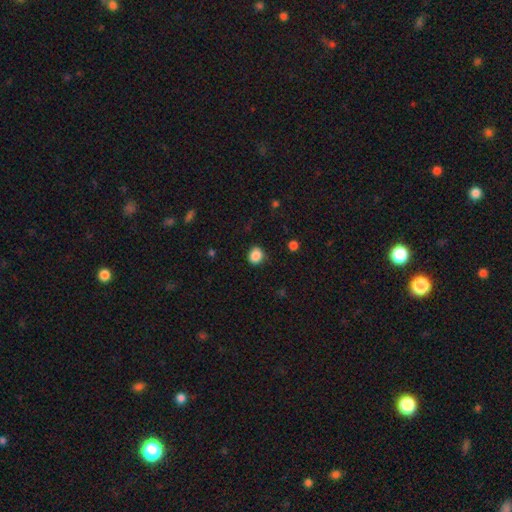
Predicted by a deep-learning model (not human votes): This appears to be a smooth galaxy with no disk features (87%) that is round (70%). Merging: none (84%).